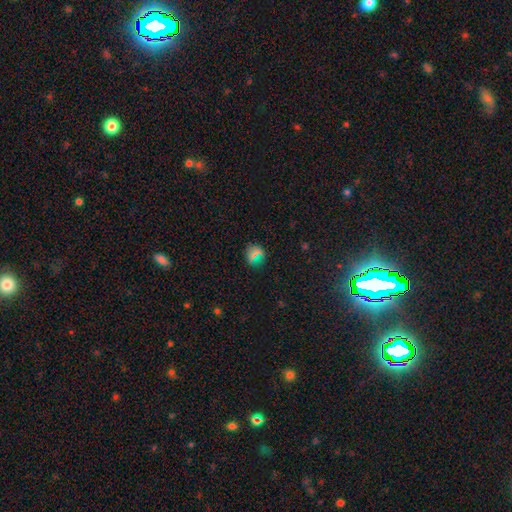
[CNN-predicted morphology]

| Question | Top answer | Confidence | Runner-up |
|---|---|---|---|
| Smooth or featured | smooth | 60% | star or artifact (30%) |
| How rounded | round | 87% | in between (11%) |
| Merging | none | 87% | minor disturbance (8%) |